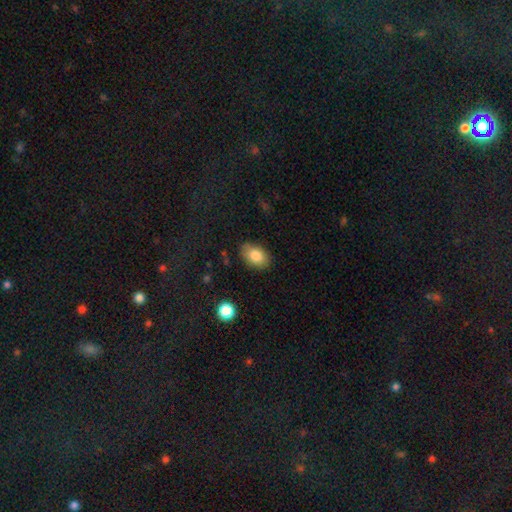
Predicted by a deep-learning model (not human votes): Smooth or featured?
  - smooth: 84% *
  - featured or disk: 8%
  - star or artifact: 8%
How rounded?
  - in between: 88% *
  - round: 11%
  - cigar-shaped: 1%
Merging?
  - none: 81% *
  - minor disturbance: 14%
  - major disturbance: 3%
  - merger: 1%